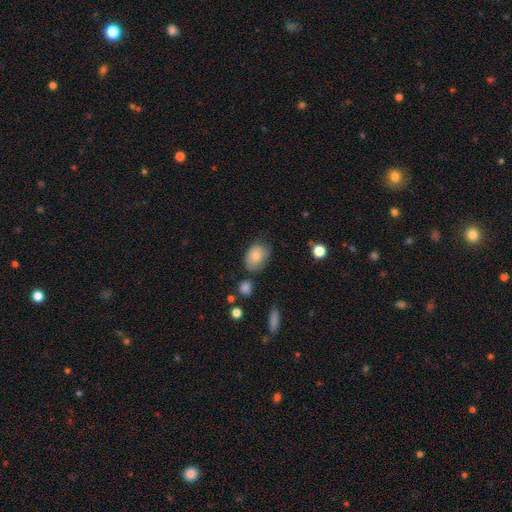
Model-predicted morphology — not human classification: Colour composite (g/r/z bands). It shows a smooth galaxy with no disk features (80%) that is in between round and cigar-shaped (74%). Merging: none (60%).